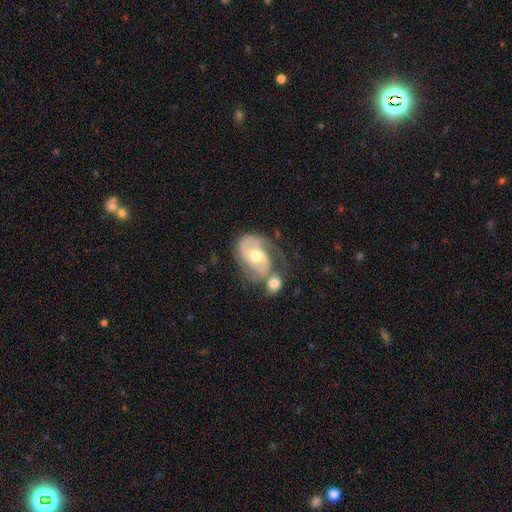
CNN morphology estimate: This appears to be a featured or disk galaxy (77%) with no bar (55%), 2 (70%) medium (46%) spiral arms (89%) and a moderate central bulge (69%). Merging: merger (33%).